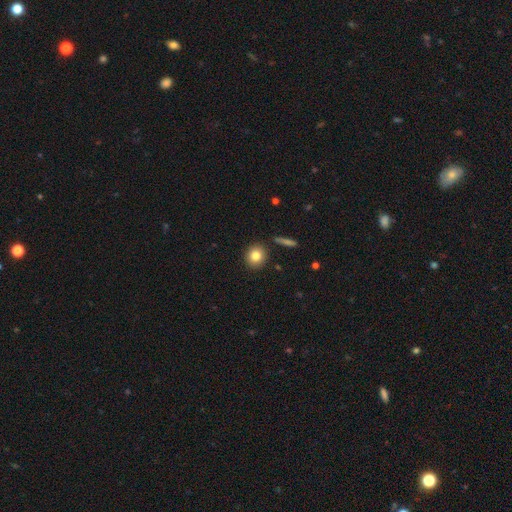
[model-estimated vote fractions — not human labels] Overall: smooth (83%). How rounded: round (81%). Merging: none (88%).